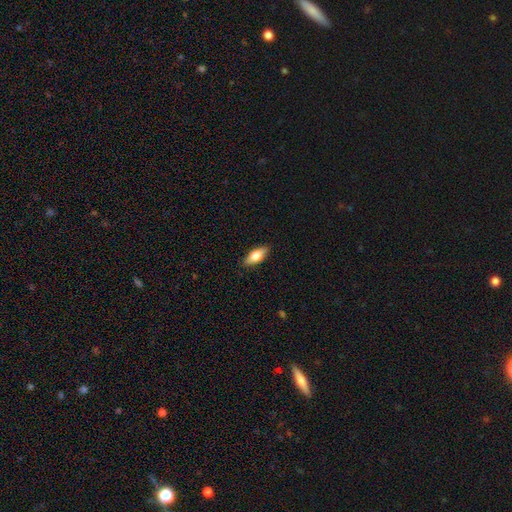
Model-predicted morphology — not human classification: Smooth or featured? Predicted: smooth (p=0.70). How rounded? Predicted: in between (p=0.74). Merging? Predicted: none (p=0.88).